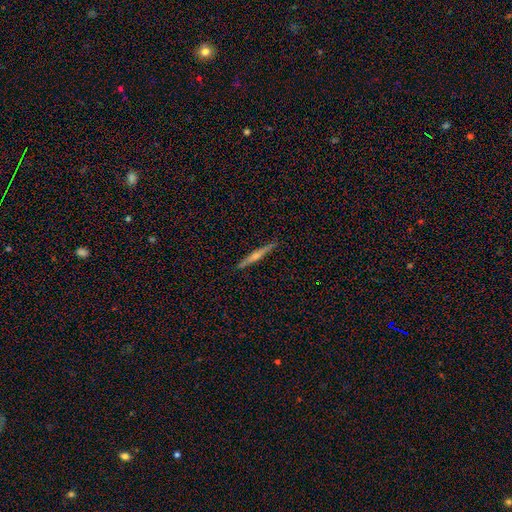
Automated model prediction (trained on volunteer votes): smooth-or-featured: featured or disk: 65% | smooth: 29% | star or artifact: 6%
  disk-edge-on: yes: 98% | no: 2%
    edge-on-bulge: rounded: 72% | none: 19% | boxy: 9%
  merging: none: 91% | minor disturbance: 7% | major disturbance: 1% | merger: 1%